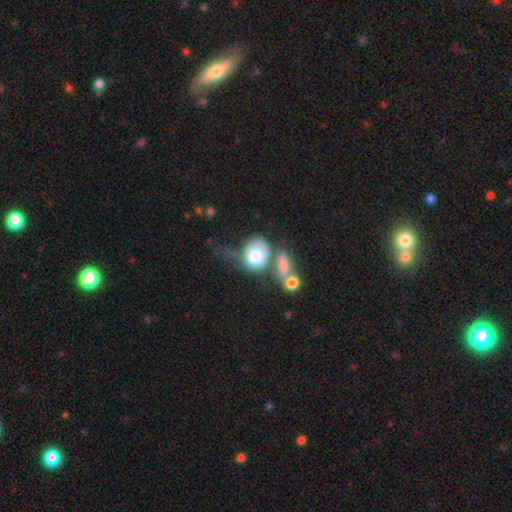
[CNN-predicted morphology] smooth-or-featured: smooth: 64% | featured or disk: 27% | star or artifact: 8%
  how-rounded: round: 63% | in between: 36% | cigar-shaped: 2%
  merging: merger: 41% | major disturbance: 23% | none: 21% | minor disturbance: 15%